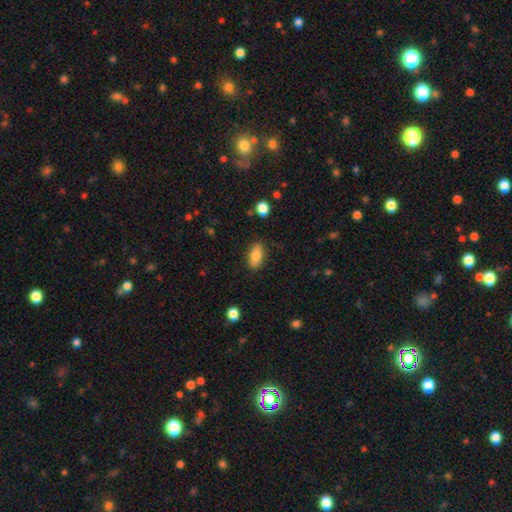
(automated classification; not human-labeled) This is clearly a smooth galaxy (83%). How rounded: clearly in between (88%). Merging: clearly none (84%).